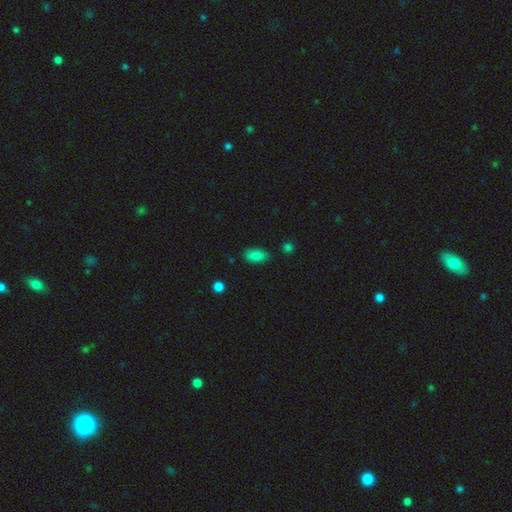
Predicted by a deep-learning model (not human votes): Morphology: type=smooth (87%); roundness=in between (90%); merging=none (83%).